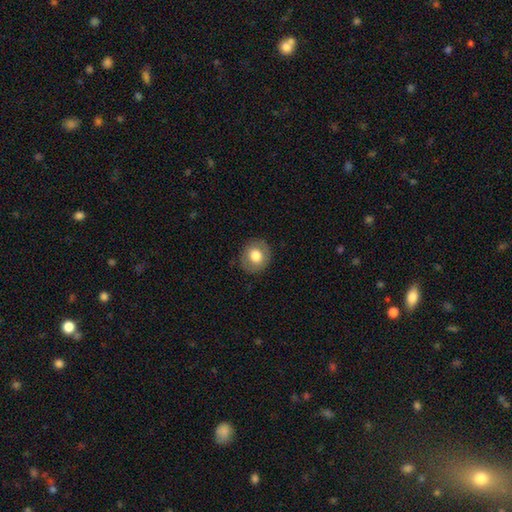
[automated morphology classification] smooth 74%, featured or disk 18%, star or artifact 8%. Down the decision tree: how rounded — round (80%); merging — none (87%).